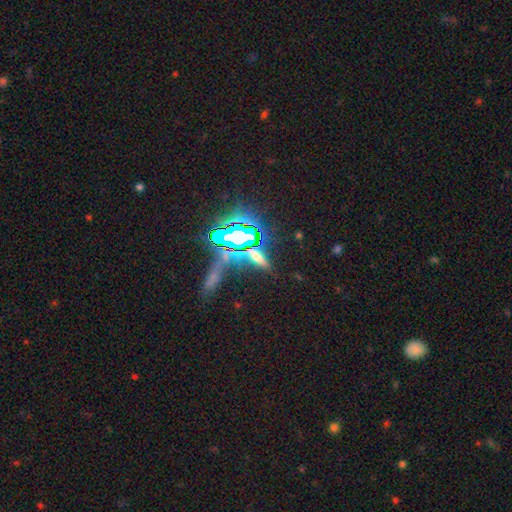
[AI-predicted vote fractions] Smooth or featured? Predicted: star or artifact (p=0.48).